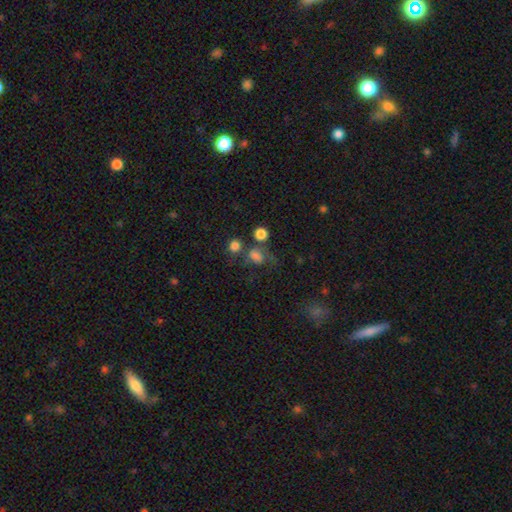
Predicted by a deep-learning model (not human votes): Q: Smooth or featured?
A: smooth (71%); runner-up: star or artifact (16%)
Q: How rounded?
A: round (54%); runner-up: in between (44%)
Q: Merging?
A: none (41%); runner-up: merger (21%)